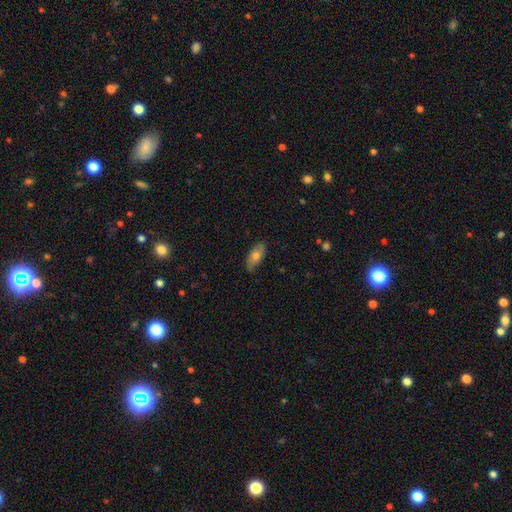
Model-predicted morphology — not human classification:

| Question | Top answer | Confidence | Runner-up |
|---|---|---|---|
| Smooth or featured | smooth | 69% | featured or disk (25%) |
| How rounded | in between | 87% | cigar-shaped (10%) |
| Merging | none | 81% | minor disturbance (16%) |